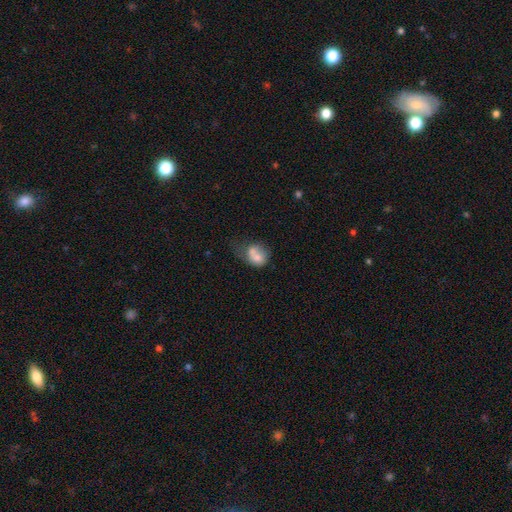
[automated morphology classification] Smooth or featured? smooth (68%)
How rounded? round (52%)
Merging? merger (51%)